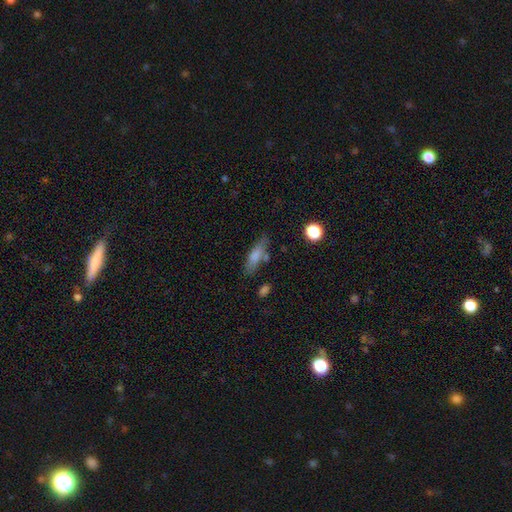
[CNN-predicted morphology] type=smooth (74%); roundness=cigar-shaped (55%); merging=none (68%).